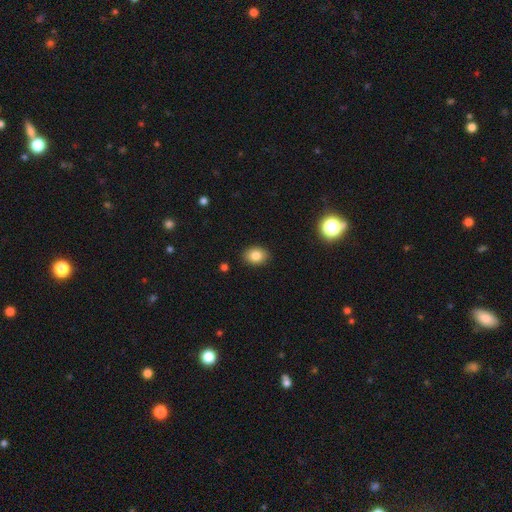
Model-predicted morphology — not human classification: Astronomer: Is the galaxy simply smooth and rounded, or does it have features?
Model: smooth — 83%.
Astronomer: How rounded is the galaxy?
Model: in between — 66%.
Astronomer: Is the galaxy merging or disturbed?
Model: none — 89%.